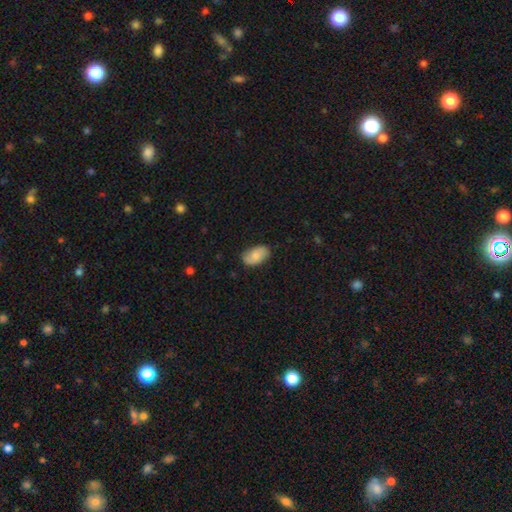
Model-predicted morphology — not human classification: Smooth or featured?
  - smooth: 74% *
  - featured or disk: 19%
  - star or artifact: 7%
How rounded?
  - in between: 93% *
  - round: 5%
  - cigar-shaped: 2%
Merging?
  - none: 77% *
  - minor disturbance: 18%
  - major disturbance: 3%
  - merger: 1%